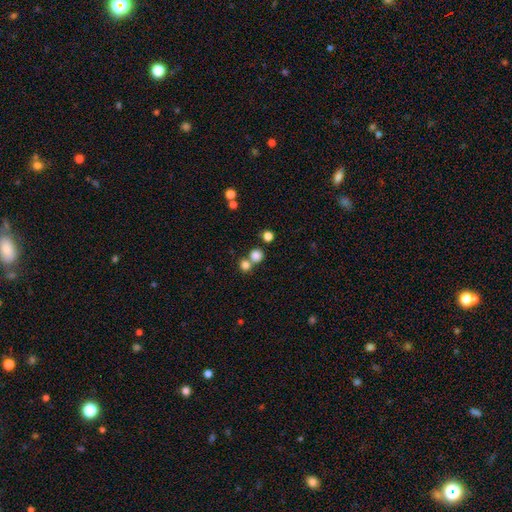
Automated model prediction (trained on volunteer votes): smooth_or_featured: smooth (p=0.80) [alt: star or artifact p=0.13]
how_rounded: round (p=0.89) [alt: in between p=0.10]
merging: none (p=0.56) [alt: merger p=0.35]